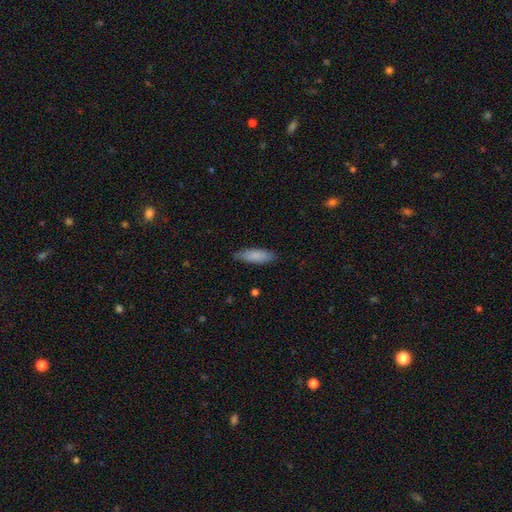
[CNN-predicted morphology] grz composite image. It shows a smooth galaxy with no disk features (85%) that is in between round and cigar-shaped (53%). Merging: none (79%).